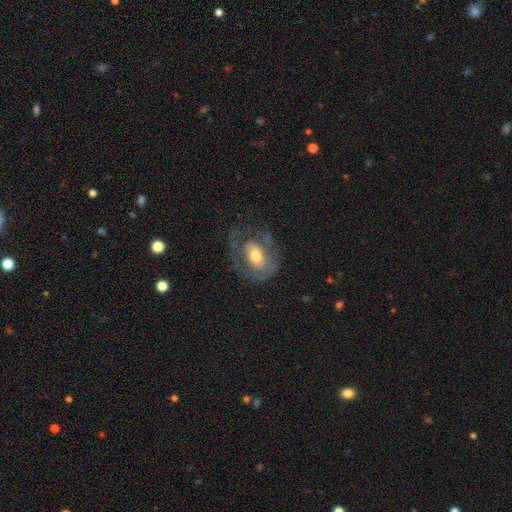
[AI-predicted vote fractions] Smooth or featured: featured or disk — 50% (smooth — 43%)
Edge-on disk: no — 93% (yes — 7%)
Merging: none — 45% (major disturbance — 29%)